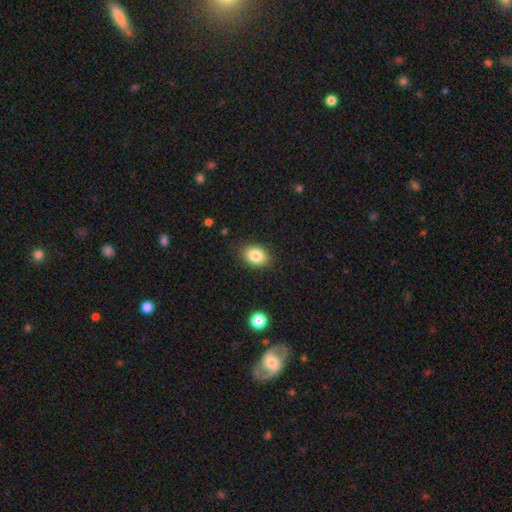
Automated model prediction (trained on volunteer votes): Smooth or featured: smooth — 84% (star or artifact — 9%)
How rounded: in between — 76% (round — 23%)
Merging: none — 87% (minor disturbance — 10%)